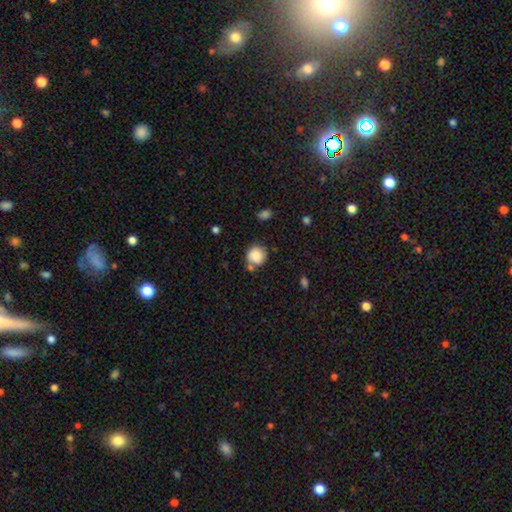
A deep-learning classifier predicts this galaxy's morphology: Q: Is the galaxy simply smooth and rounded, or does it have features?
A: smooth — 86%.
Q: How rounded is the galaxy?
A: round — 89%.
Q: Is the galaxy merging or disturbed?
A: none — 68%.